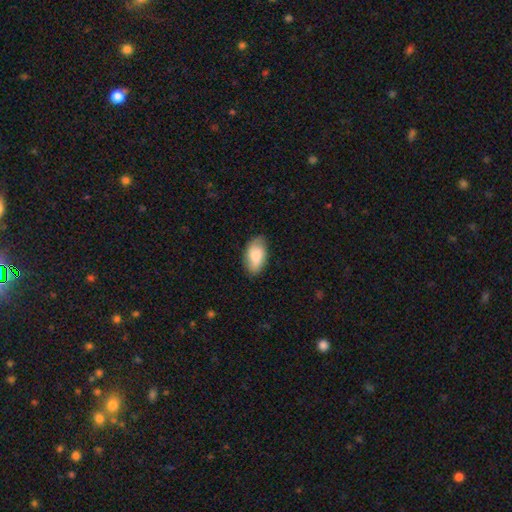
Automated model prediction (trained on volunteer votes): This appears to be a smooth galaxy with no disk features (78%) that is in between round and cigar-shaped (94%). Merging: none (81%).